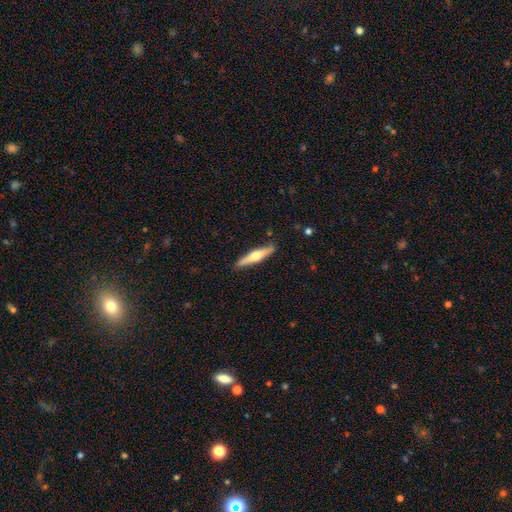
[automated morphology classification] This appears to be a featured or disk galaxy (54%) viewed edge-on (96%) with a rounded central bulge (90%). Merging: none (88%).